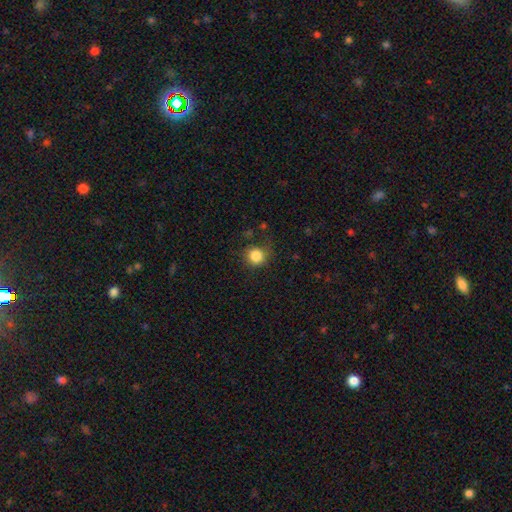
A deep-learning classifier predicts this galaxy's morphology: type=smooth (85%); roundness=round (88%); merging=none (74%).